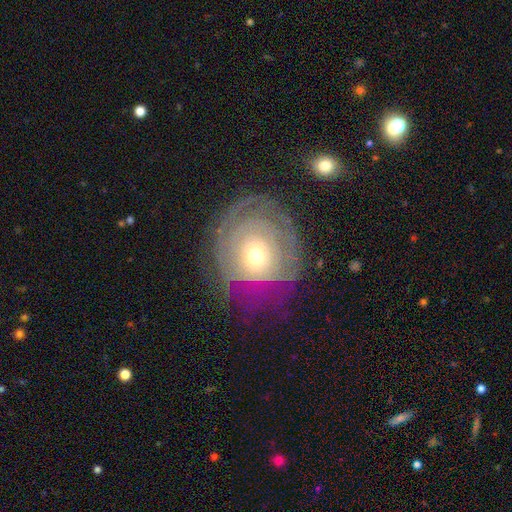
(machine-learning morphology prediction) Q: Smooth or featured?
A: featured or disk (69%); runner-up: smooth (23%)
Q: Edge-on disk?
A: no (96%); runner-up: yes (4%)
Q: Bar?
A: no (84%); runner-up: weak (12%)
Q: Spiral arms?
A: yes (73%); runner-up: no (27%)
Q: Bulge size?
A: small (48%); runner-up: moderate (44%)
Q: Merging?
A: none (58%); runner-up: minor disturbance (21%)